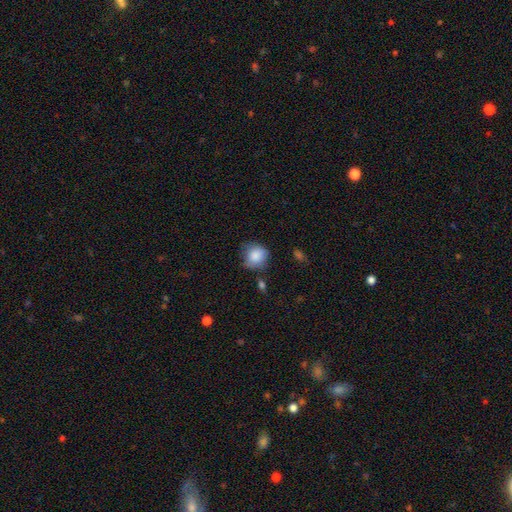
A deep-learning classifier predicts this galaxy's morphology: smooth_or_featured: smooth (p=0.86) [alt: star or artifact p=0.08]
how_rounded: round (p=0.83) [alt: in between p=0.16]
merging: none (p=0.63) [alt: minor disturbance p=0.27]